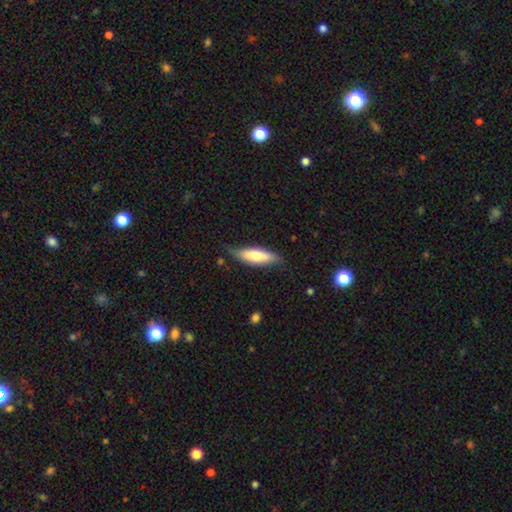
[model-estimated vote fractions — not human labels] A smooth galaxy with no disk features (65%) that is cigar-shaped (50%). Merging: none (68%).